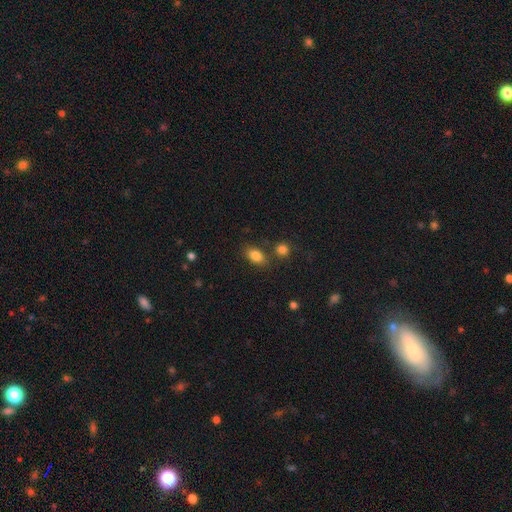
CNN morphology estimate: smooth-or-featured: smooth: 83% | star or artifact: 10% | featured or disk: 7%
  how-rounded: in between: 84% | round: 13% | cigar-shaped: 3%
  merging: none: 74% | minor disturbance: 12% | merger: 10% | major disturbance: 4%